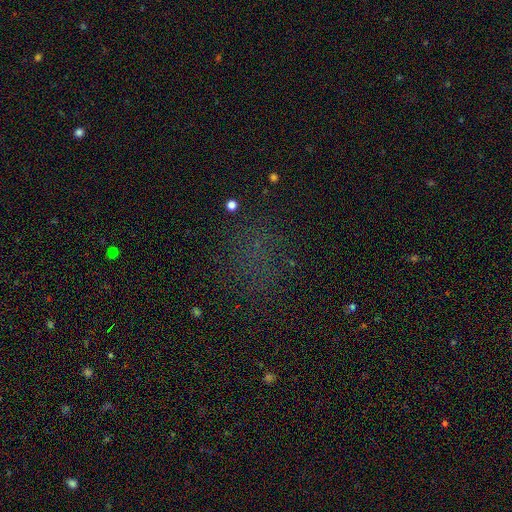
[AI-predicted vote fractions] Smooth or featured?
  - star or artifact: 49% *
  - smooth: 40%
  - featured or disk: 11%